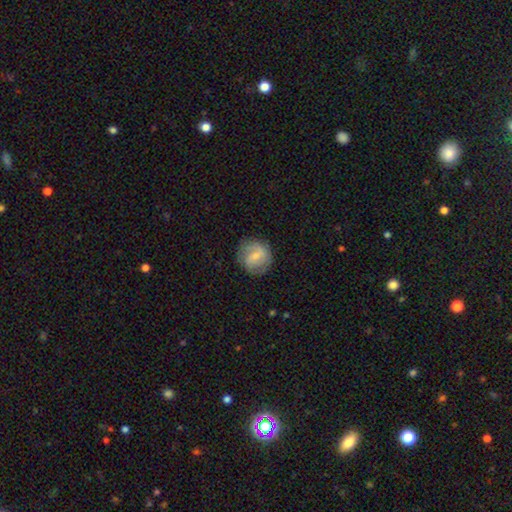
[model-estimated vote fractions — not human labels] Smooth or featured?
  - featured or disk: 51% *
  - smooth: 42%
  - star or artifact: 7%
Edge-on disk?
  - no: 97% *
  - yes: 3%
Merging?
  - none: 78% *
  - minor disturbance: 15%
  - major disturbance: 5%
  - merger: 1%